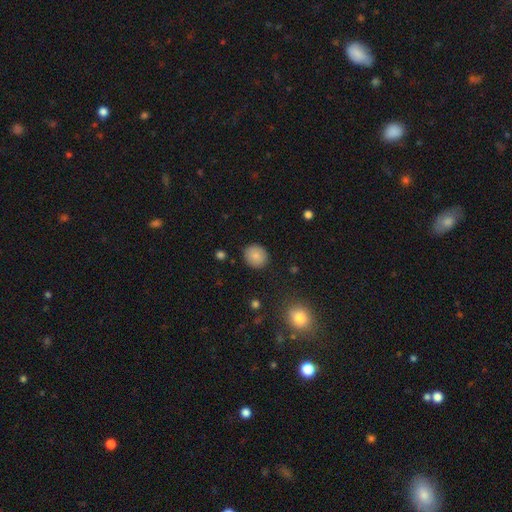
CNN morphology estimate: A smooth galaxy with no disk features (84%) that is round (84%). Merging: none (89%).